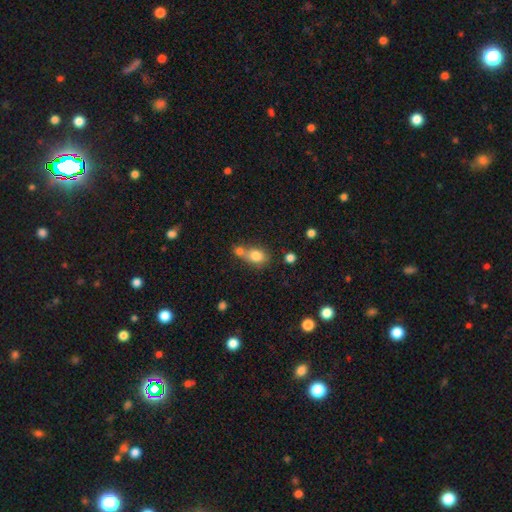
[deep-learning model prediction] A smooth galaxy with no disk features (79%) that is in between round and cigar-shaped (57%). Merging: merger (52%).